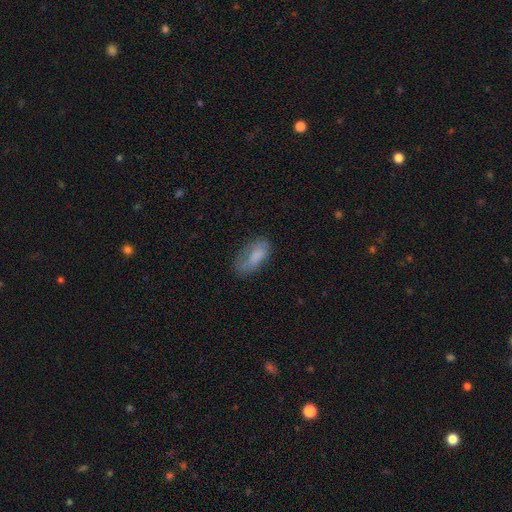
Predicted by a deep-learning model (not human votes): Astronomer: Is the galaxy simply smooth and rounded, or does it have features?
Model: smooth — 74%.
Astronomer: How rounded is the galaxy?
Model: in between — 89%.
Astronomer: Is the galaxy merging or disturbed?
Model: none — 53% (runner-up: minor disturbance, 29%).